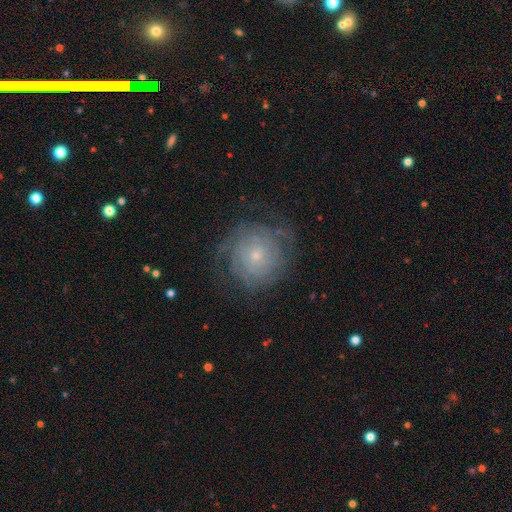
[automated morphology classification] This is likely a featured or disk galaxy (71%). It is clearly not viewed edge-on (98%). Bar: clearly no (80%). Spiral arm pattern: clearly yes (90%). Spiral arm count: possibly can't tell (49%). Spiral winding: likely tight (72%). Central bulge: likely small (73%). Merging: likely none (71%).